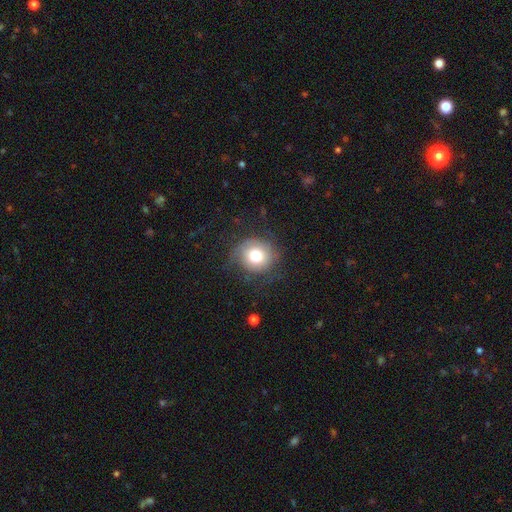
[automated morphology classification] Overall: smooth (71%). How rounded: round (85%). Merging: none (68%).